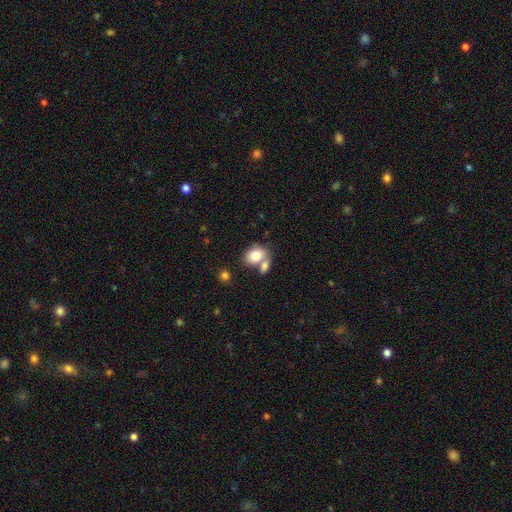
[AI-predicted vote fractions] Overall: smooth (79%). How rounded: in between (68%; round 31%). Merging: merger (48%; none 38%).